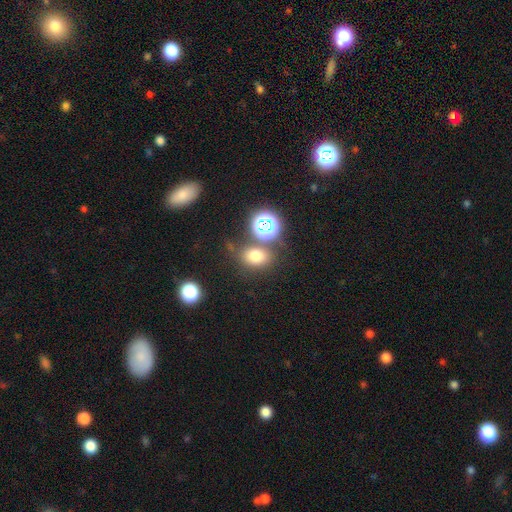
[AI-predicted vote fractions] Smooth or featured? smooth (69%)
How rounded? in between (56%)
Merging? none (68%)